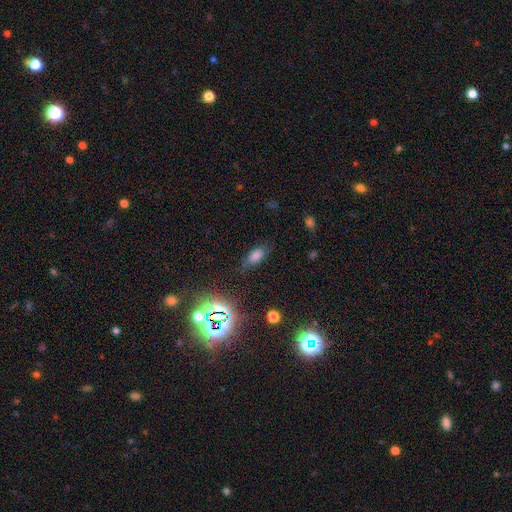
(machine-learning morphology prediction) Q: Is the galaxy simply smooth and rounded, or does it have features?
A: smooth — 65%.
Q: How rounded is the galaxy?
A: in between — 81%.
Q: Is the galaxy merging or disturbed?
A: none — 75%.